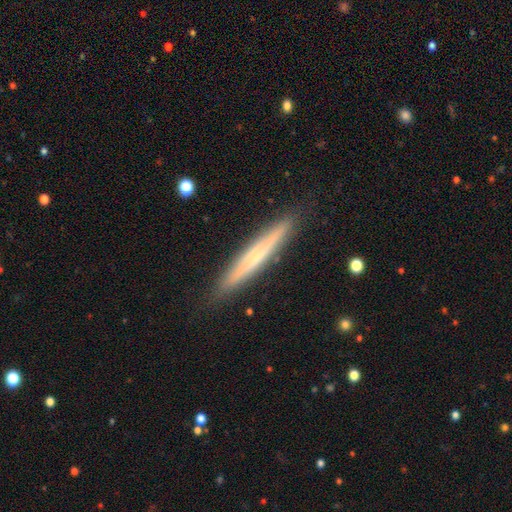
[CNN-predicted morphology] Smooth or featured: featured or disk — 52% (smooth — 42%)
Edge-on disk: yes — 93% (no — 7%)
Merging: none — 90% (minor disturbance — 8%)